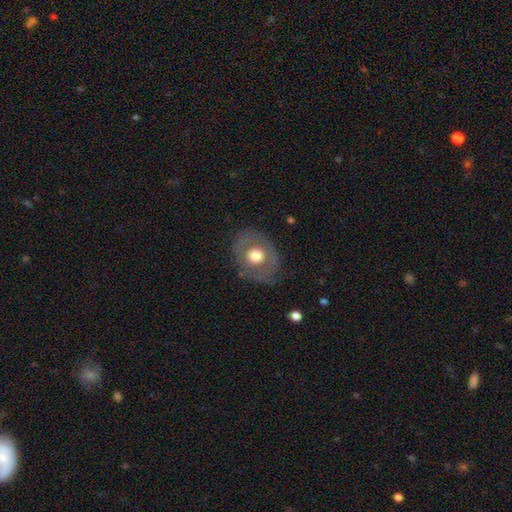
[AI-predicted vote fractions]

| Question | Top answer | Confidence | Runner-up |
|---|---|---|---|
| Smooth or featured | smooth | 53% | featured or disk (39%) |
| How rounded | round | 59% | in between (40%) |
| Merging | none | 75% | minor disturbance (15%) |